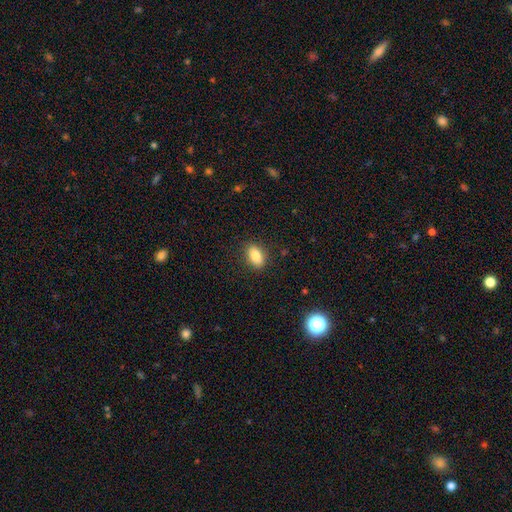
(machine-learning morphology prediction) Smooth or featured? Predicted: smooth (p=0.83). How rounded? Predicted: in between (p=0.86). Merging? Predicted: none (p=0.86).